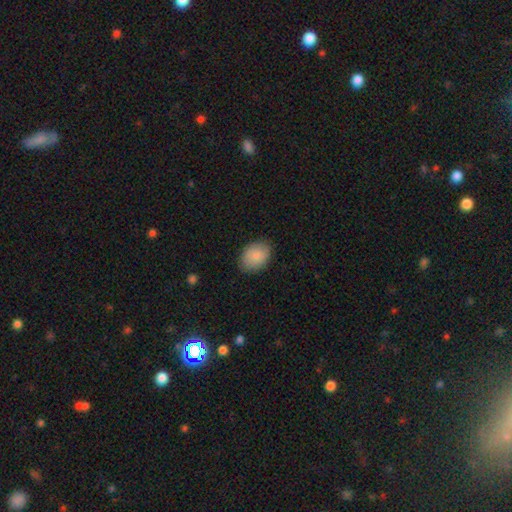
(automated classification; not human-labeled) Smooth or featured?
  - smooth: 86% *
  - featured or disk: 7%
  - star or artifact: 7%
How rounded?
  - in between: 74% *
  - round: 25%
  - cigar-shaped: 1%
Merging?
  - none: 84% *
  - minor disturbance: 12%
  - major disturbance: 3%
  - merger: 1%